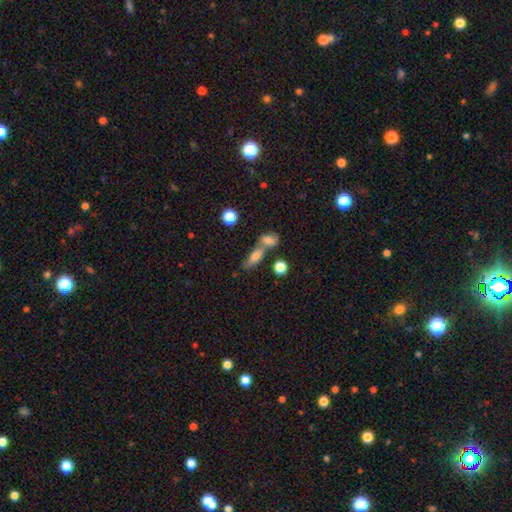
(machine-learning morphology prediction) type=smooth (70%); roundness=in between (69%); merging=none (42%).